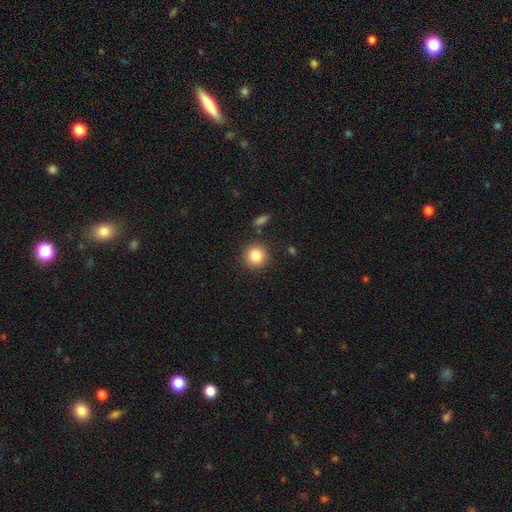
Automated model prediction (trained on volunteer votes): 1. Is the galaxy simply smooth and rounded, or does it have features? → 85% smooth, 10% star or artifact, 6% featured or disk.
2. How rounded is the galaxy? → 93% round, 6% in between, 1% cigar-shaped.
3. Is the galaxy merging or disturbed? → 88% none, 7% minor disturbance, 3% merger, 2% major disturbance.